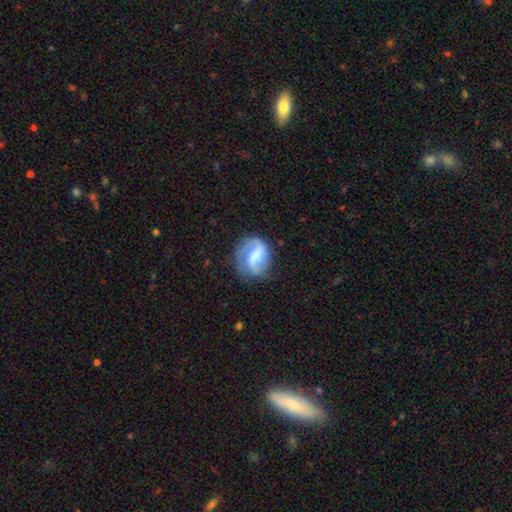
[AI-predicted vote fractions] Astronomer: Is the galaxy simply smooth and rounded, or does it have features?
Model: featured or disk — 63%.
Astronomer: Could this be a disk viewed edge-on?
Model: no — 98%.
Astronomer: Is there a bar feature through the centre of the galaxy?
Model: weak — 43% (runner-up: no, 30%).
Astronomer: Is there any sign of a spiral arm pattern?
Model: yes — 85%.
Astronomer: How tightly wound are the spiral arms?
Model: medium — 42% (runner-up: loose, 33%).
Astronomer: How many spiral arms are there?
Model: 2 — 60%.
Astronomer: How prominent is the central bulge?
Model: none — 35% (runner-up: moderate, 23%).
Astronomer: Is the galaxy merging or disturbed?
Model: none — 56%.